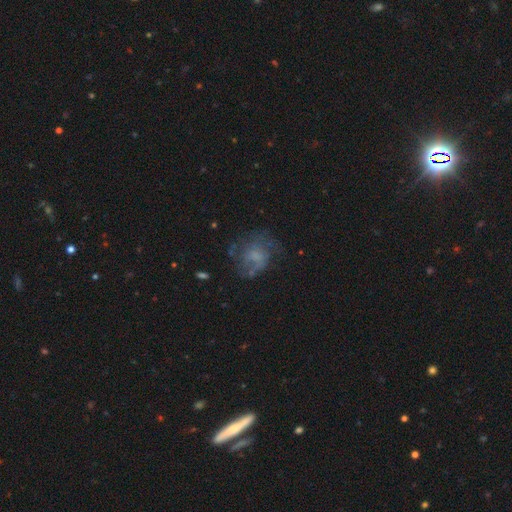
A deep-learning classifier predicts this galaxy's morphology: type=featured or disk (48%); merging=none (50%).